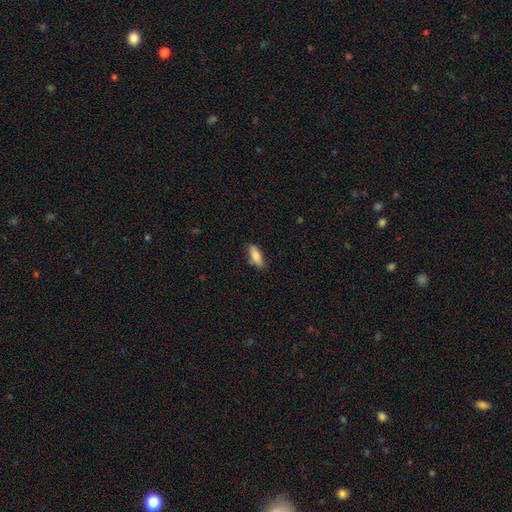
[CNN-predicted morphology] This appears to be a smooth galaxy with no disk features (79%) that is in between round and cigar-shaped (61%). Merging: none (81%).